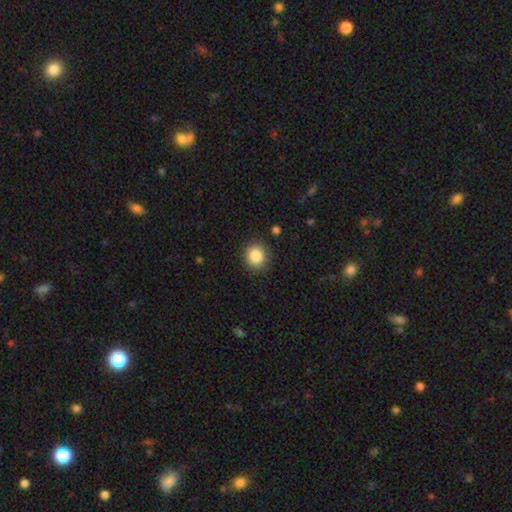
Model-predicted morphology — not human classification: type=smooth (86%); roundness=round (86%); merging=none (89%).